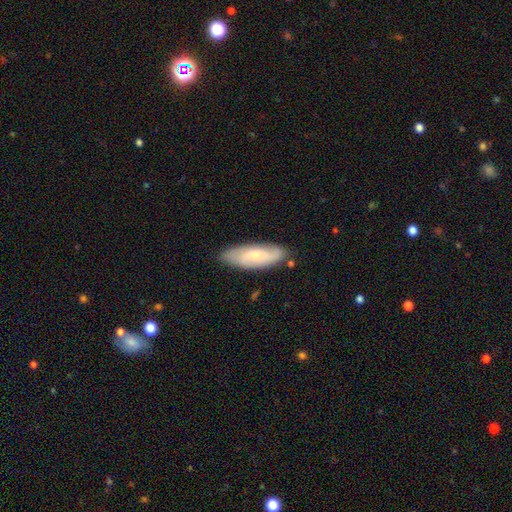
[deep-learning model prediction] Smooth or featured? Predicted: smooth (p=0.55). How rounded? Predicted: in between (p=0.61). Merging? Predicted: none (p=0.79).